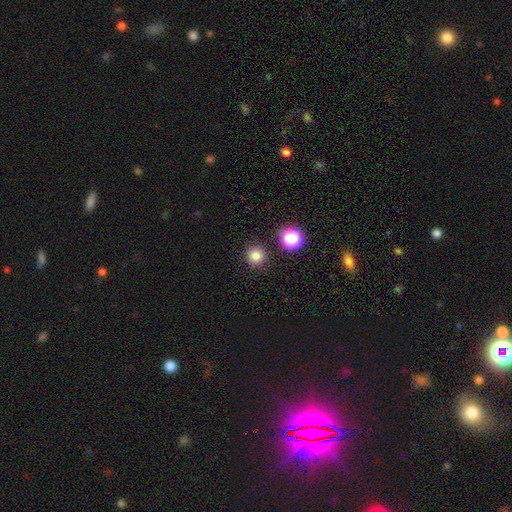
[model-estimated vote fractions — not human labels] Smooth or featured?
  - smooth: 80% *
  - star or artifact: 15%
  - featured or disk: 5%
How rounded?
  - round: 95% *
  - in between: 4%
  - cigar-shaped: 1%
Merging?
  - none: 89% *
  - minor disturbance: 6%
  - merger: 3%
  - major disturbance: 2%